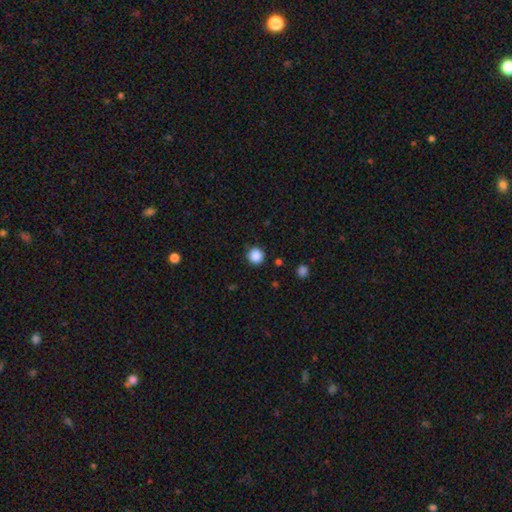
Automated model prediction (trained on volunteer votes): The model was most divided on "smooth or featured": smooth: 87%, star or artifact: 10%, featured or disk: 3%. More confident: how rounded — round (95%); merging — none (91%).